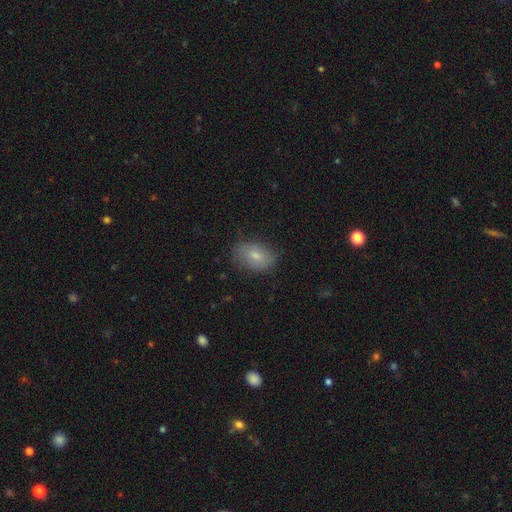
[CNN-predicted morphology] This is likely a smooth galaxy (74%). How rounded: clearly in between (84%). Merging: likely none (78%).